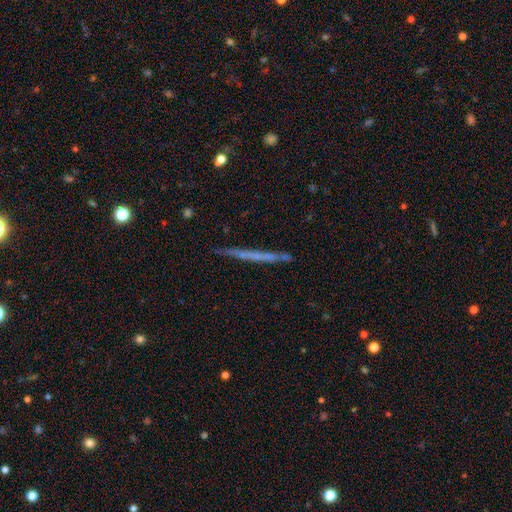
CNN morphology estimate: Overall: featured or disk (50%; smooth 42%). Edge-on disk: yes (95%). Merging: none (82%).